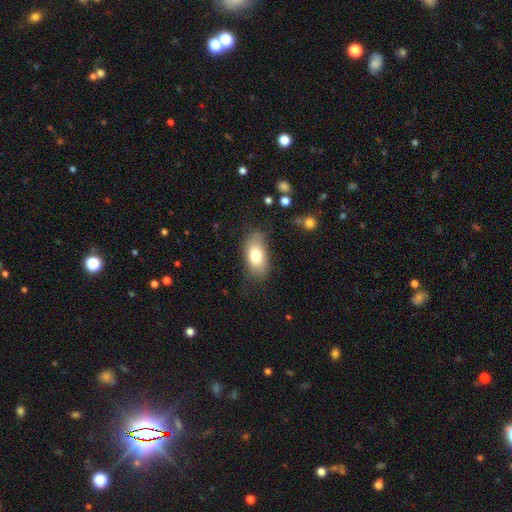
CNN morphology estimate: Smooth or featured?
  - smooth: 76% *
  - featured or disk: 17%
  - star or artifact: 8%
How rounded?
  - in between: 91% *
  - round: 5%
  - cigar-shaped: 4%
Merging?
  - none: 73% *
  - minor disturbance: 19%
  - major disturbance: 6%
  - merger: 2%